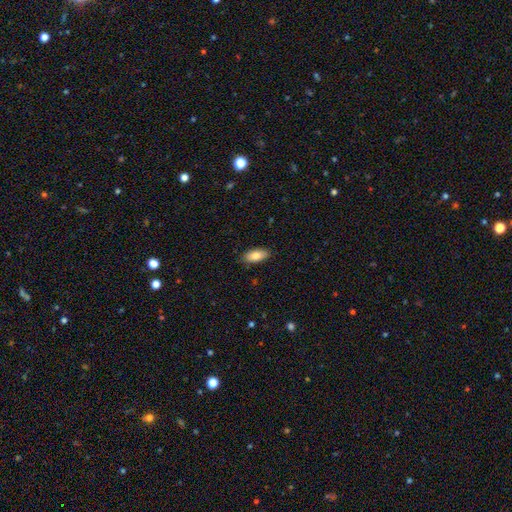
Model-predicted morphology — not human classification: Smooth or featured: smooth — 84% (featured or disk — 10%)
How rounded: in between — 89% (cigar-shaped — 9%)
Merging: none — 86% (minor disturbance — 11%)